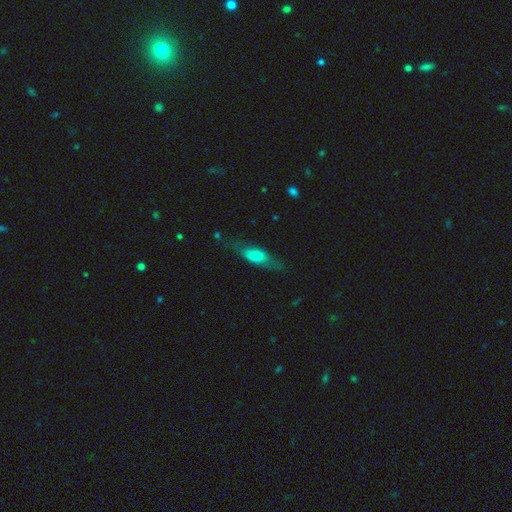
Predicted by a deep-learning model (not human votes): Smooth or featured: smooth — 61% (featured or disk — 32%)
How rounded: in between — 62% (cigar-shaped — 35%)
Merging: none — 63% (minor disturbance — 24%)